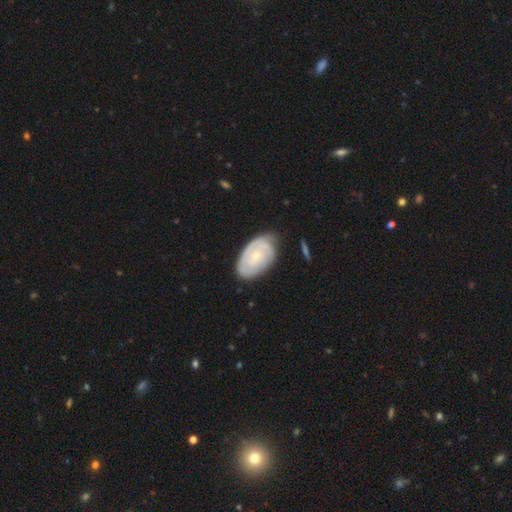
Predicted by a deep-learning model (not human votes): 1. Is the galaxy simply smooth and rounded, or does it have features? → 68% featured or disk, 27% smooth, 5% star or artifact.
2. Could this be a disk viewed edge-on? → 95% no, 5% yes.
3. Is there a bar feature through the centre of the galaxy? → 78% no, 19% weak, 3% strong.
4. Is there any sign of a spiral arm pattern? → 83% yes, 17% no.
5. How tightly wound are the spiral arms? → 74% tight, 20% medium, 6% loose.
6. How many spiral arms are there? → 43% can't tell, 32% 2, 10% 3, 9% 1, 4% 4, 3% more than 4.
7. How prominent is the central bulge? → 72% small, 24% moderate, 2% none, 1% large, 1% dominant.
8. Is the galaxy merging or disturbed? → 72% none, 21% minor disturbance, 5% major disturbance, 2% merger.